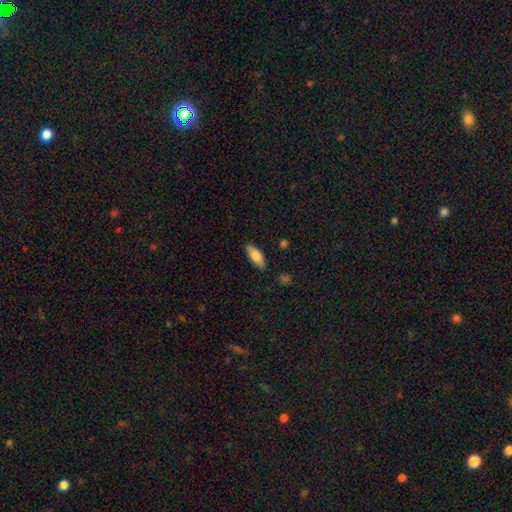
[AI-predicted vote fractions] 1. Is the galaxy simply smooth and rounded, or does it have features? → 78% smooth, 15% featured or disk, 6% star or artifact.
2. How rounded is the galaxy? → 73% in between, 25% cigar-shaped, 2% round.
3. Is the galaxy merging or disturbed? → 86% none, 10% minor disturbance, 2% major disturbance, 1% merger.